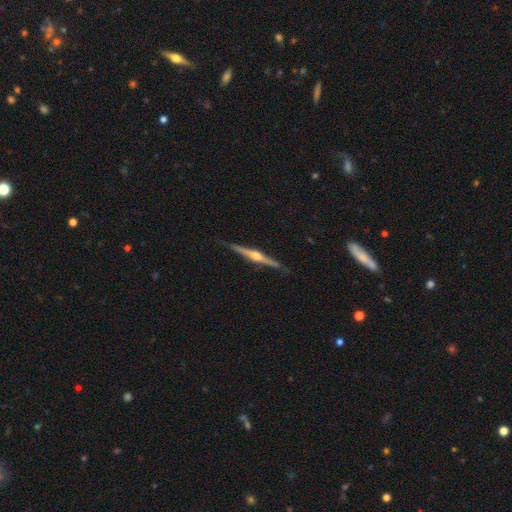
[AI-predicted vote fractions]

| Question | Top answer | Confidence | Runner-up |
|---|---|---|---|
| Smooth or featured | featured or disk | 84% | smooth (11%) |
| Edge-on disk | yes | 98% | no (2%) |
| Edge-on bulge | rounded | 94% | boxy (3%) |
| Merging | none | 88% | minor disturbance (10%) |